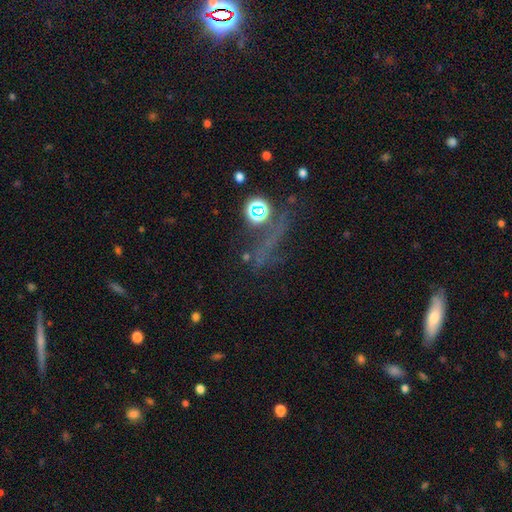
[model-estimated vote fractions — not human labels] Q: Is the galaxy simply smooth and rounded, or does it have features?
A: star or artifact — 44%.